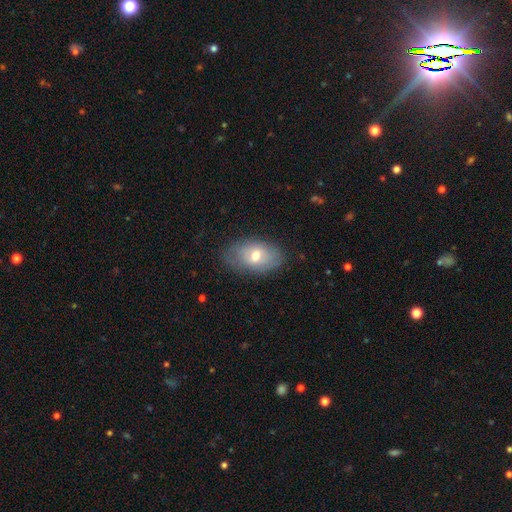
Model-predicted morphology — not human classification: This is likely a smooth galaxy (64%). How rounded: clearly in between (89%). Merging: likely none (75%).